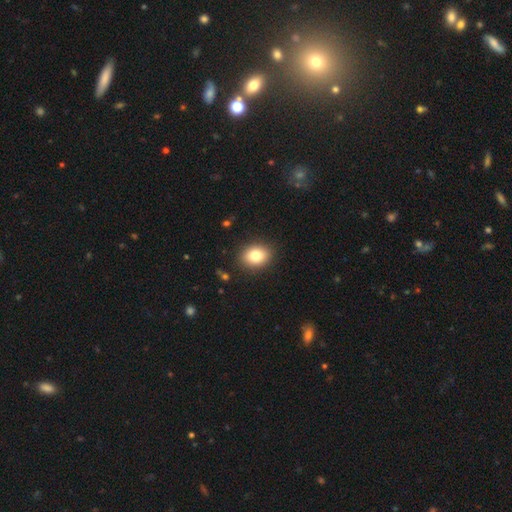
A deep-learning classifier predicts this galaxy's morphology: This appears to be a smooth galaxy with no disk features (81%) that is in between round and cigar-shaped (57%). Merging: none (88%).